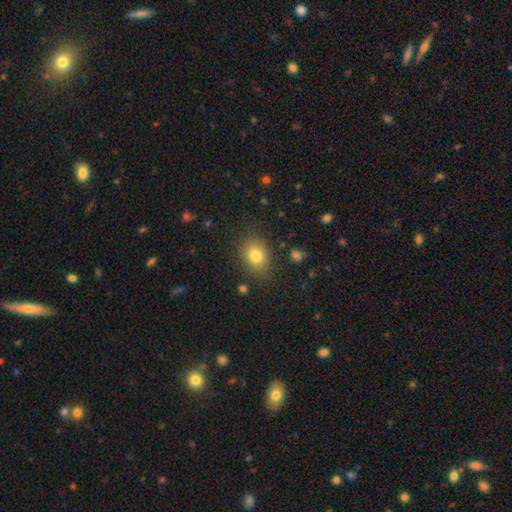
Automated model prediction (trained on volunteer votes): Smooth or featured? Predicted: smooth (p=0.81). How rounded? Predicted: in between (p=0.61). Merging? Predicted: none (p=0.82).